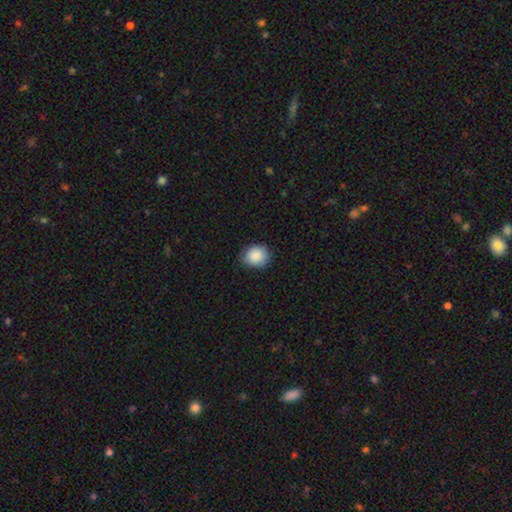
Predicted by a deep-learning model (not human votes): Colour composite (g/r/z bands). It shows a smooth galaxy with no disk features (89%) that is round (68%). Merging: none (83%).